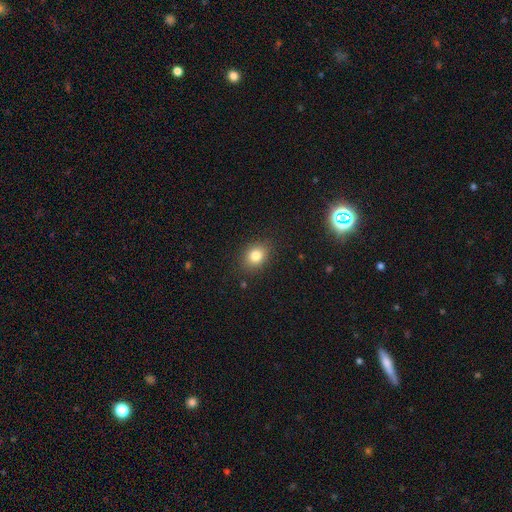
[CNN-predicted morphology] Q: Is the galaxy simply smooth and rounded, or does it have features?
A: smooth — 81%.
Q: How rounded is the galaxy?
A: in between — 51%.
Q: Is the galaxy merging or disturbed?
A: none — 85%.